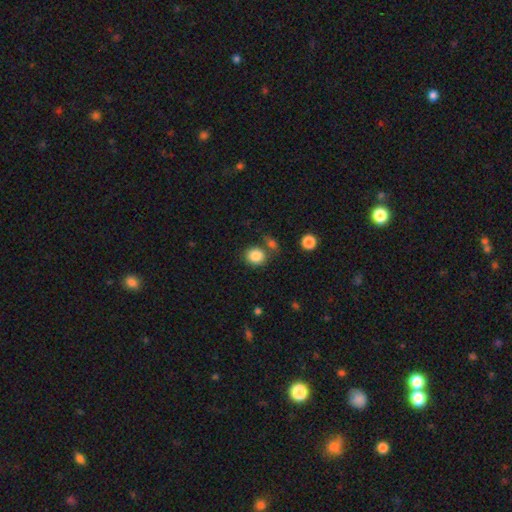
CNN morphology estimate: smooth 86%, star or artifact 9%, featured or disk 5%. Down the decision tree: how rounded — round (72%); merging — none (69%).